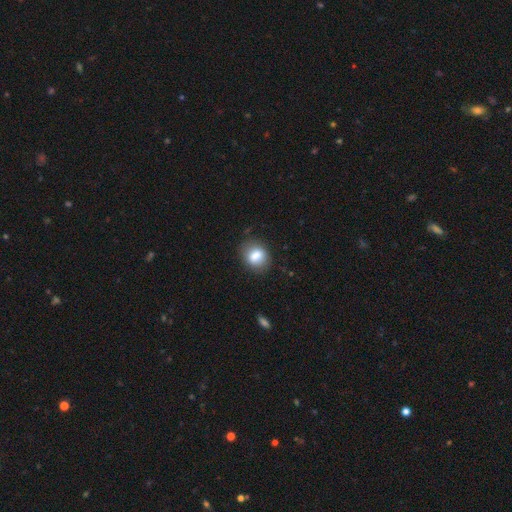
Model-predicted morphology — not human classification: Q: Smooth or featured?
A: smooth (79%); runner-up: featured or disk (12%)
Q: How rounded?
A: in between (50%); runner-up: round (49%)
Q: Merging?
A: none (78%); runner-up: minor disturbance (15%)